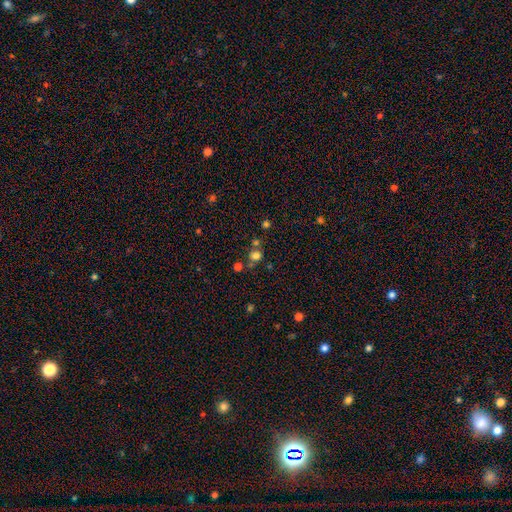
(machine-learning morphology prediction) Smooth or featured?
  - smooth: 70% *
  - star or artifact: 21%
  - featured or disk: 9%
How rounded?
  - round: 79% *
  - in between: 20%
  - cigar-shaped: 1%
Merging?
  - none: 59% *
  - merger: 24%
  - minor disturbance: 11%
  - major disturbance: 6%